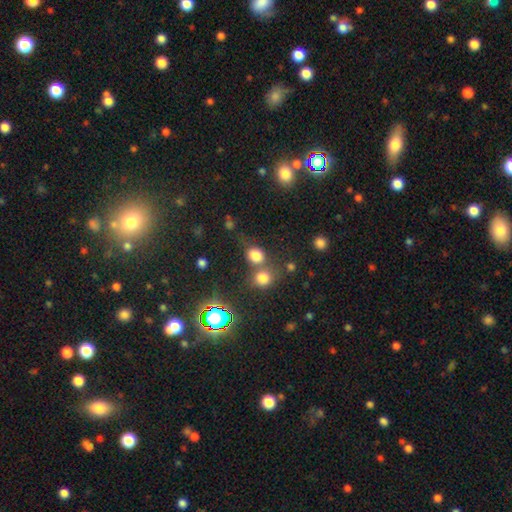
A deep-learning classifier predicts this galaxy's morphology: Smooth or featured? smooth (76%)
How rounded? round (67%)
Merging? none (51%)